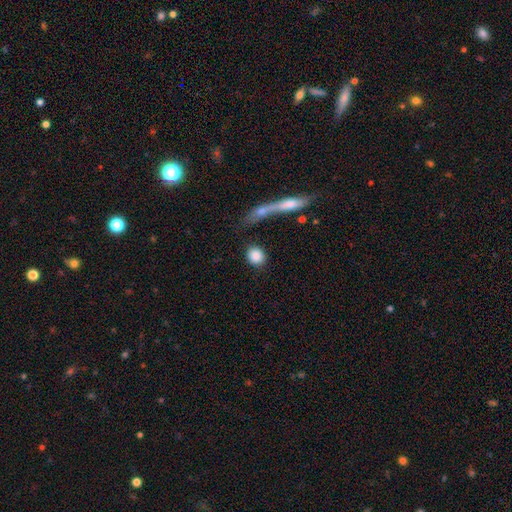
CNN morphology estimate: The model was most divided on "how rounded": round: 74%, in between: 23%, cigar-shaped: 4%. More confident: smooth or featured — smooth (86%); merging — none (78%).